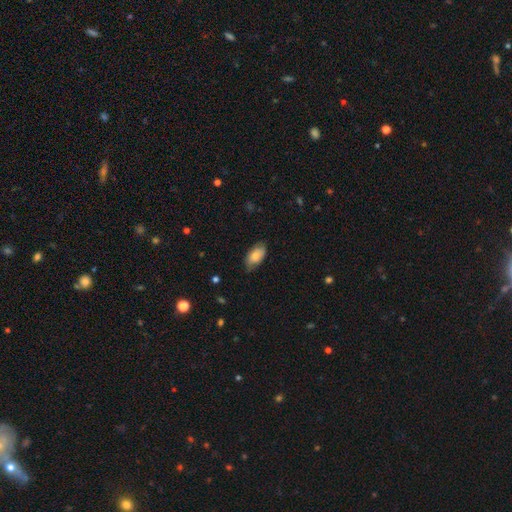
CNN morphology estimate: Smooth or featured?
  - smooth: 74% *
  - featured or disk: 20%
  - star or artifact: 7%
How rounded?
  - in between: 94% *
  - round: 4%
  - cigar-shaped: 2%
Merging?
  - none: 72% *
  - minor disturbance: 23%
  - major disturbance: 4%
  - merger: 1%